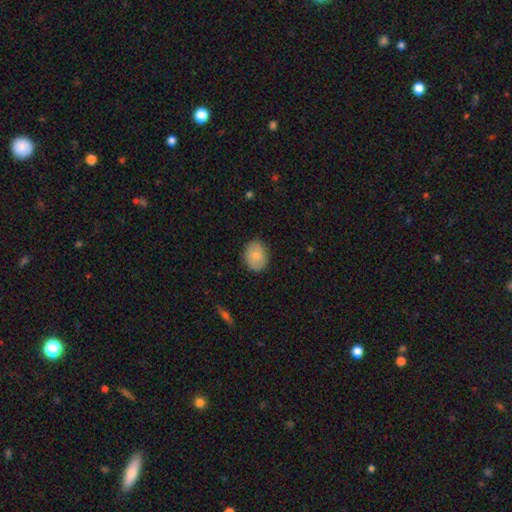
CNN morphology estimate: A smooth galaxy with no disk features (76%) that is in between round and cigar-shaped (59%). Merging: none (85%).